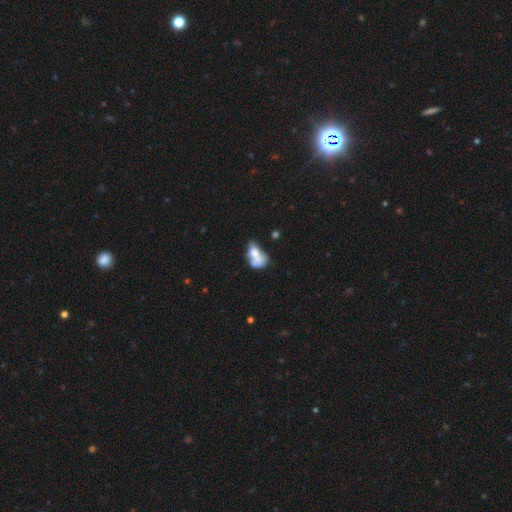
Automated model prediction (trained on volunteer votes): Smooth or featured: smooth — 58% (featured or disk — 32%)
How rounded: in between — 81% (round — 15%)
Merging: merger — 51% (none — 19%)